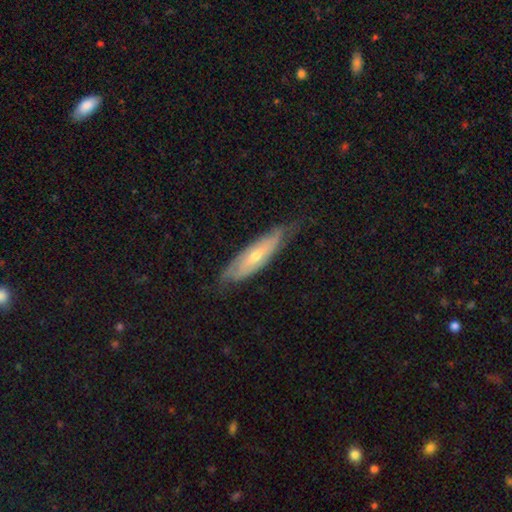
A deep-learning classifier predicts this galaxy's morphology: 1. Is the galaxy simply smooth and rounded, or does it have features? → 61% featured or disk, 33% smooth, 6% star or artifact.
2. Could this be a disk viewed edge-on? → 61% no, 39% yes.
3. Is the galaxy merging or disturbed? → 67% none, 26% minor disturbance, 7% major disturbance, 1% merger.